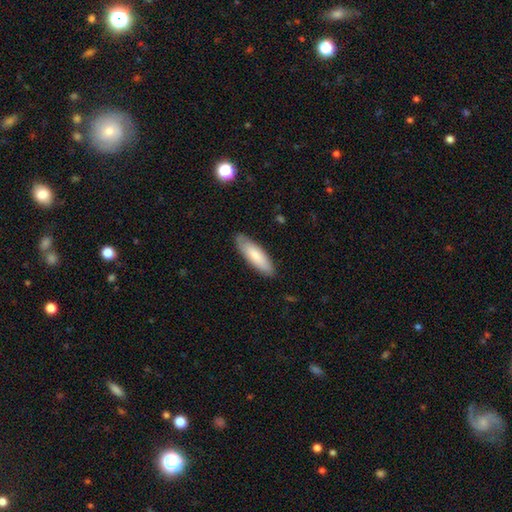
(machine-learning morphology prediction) smooth_or_featured: smooth (p=0.79) [alt: featured or disk p=0.16]
how_rounded: cigar-shaped (p=0.50) [alt: in between p=0.48]
merging: none (p=0.85) [alt: minor disturbance p=0.12]